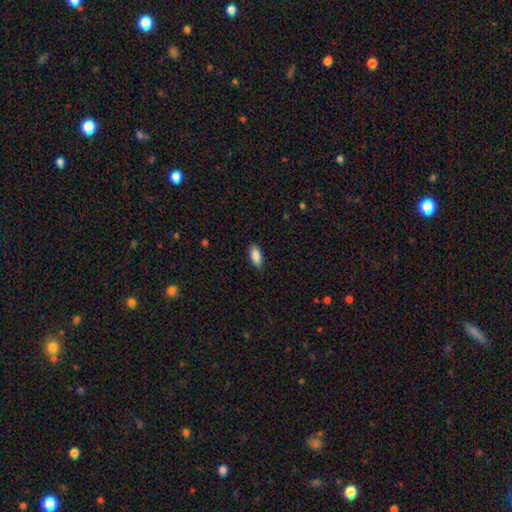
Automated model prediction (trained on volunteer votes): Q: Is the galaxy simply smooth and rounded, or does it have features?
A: smooth — 88%.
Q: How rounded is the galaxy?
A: in between — 89%.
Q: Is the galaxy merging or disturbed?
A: none — 87%.